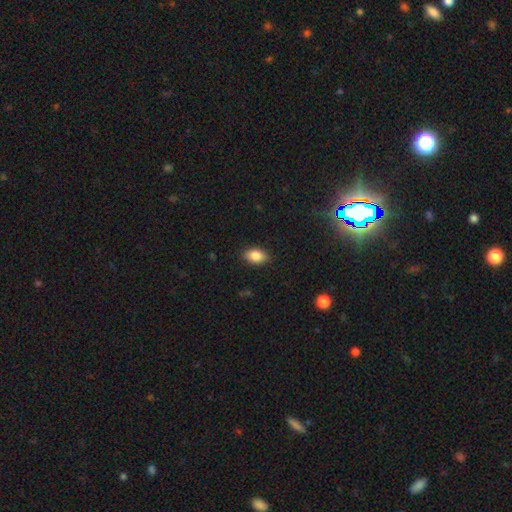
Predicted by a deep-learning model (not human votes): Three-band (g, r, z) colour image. It shows a smooth galaxy with no disk features (85%) that is in between round and cigar-shaped (86%). Merging: none (85%).